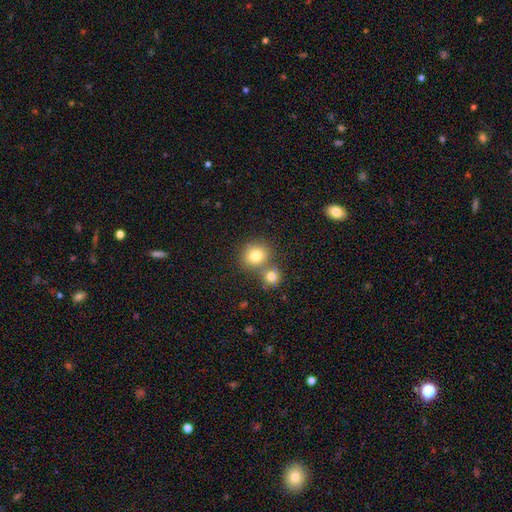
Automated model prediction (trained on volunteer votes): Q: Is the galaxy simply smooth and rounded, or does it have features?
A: smooth — 79%.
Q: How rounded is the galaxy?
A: round — 79%.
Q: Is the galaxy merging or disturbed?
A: none — 54%.